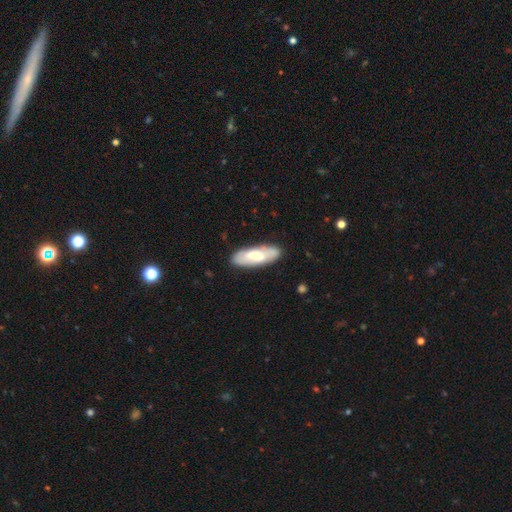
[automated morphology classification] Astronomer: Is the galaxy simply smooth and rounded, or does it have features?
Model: smooth — 59% (runner-up: featured or disk, 36%).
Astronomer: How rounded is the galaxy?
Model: in between — 64%.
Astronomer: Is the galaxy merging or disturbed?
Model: none — 84%.